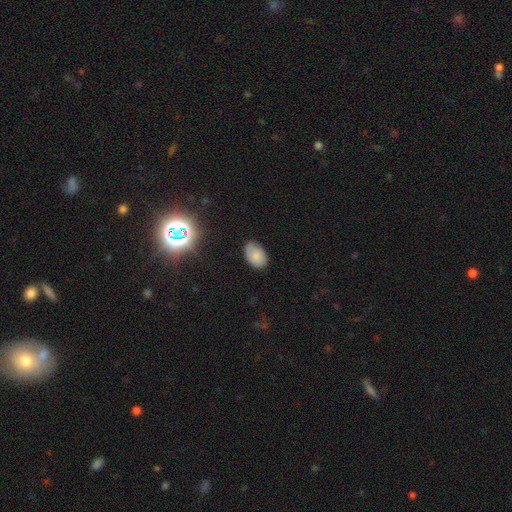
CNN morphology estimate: A smooth galaxy with no disk features (79%) that is in between round and cigar-shaped (90%). Merging: none (73%).